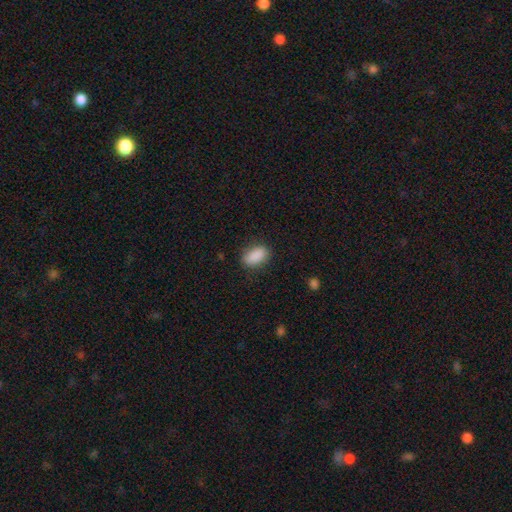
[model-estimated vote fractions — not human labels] The model was most divided on "merging": none: 84%, minor disturbance: 12%, major disturbance: 3%, merger: 1%. More confident: how rounded — in between (91%); smooth or featured — smooth (89%).